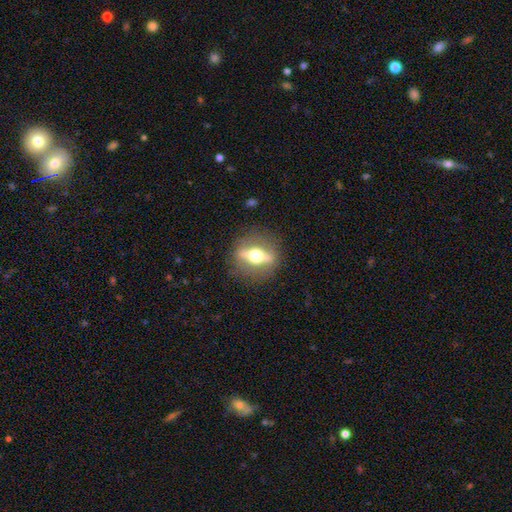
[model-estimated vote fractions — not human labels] This appears to be a featured or disk galaxy (72%) viewed edge-on (70%) with a rounded central bulge (96%). Merging: none (84%).